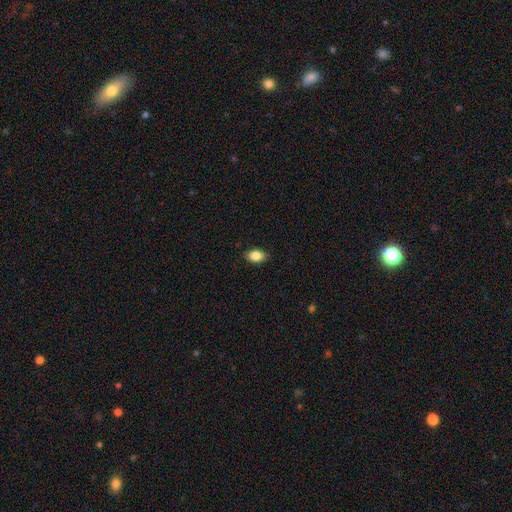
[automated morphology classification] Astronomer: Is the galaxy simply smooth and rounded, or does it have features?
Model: smooth — 85%.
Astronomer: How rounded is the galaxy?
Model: in between — 86%.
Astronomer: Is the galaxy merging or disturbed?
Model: none — 86%.